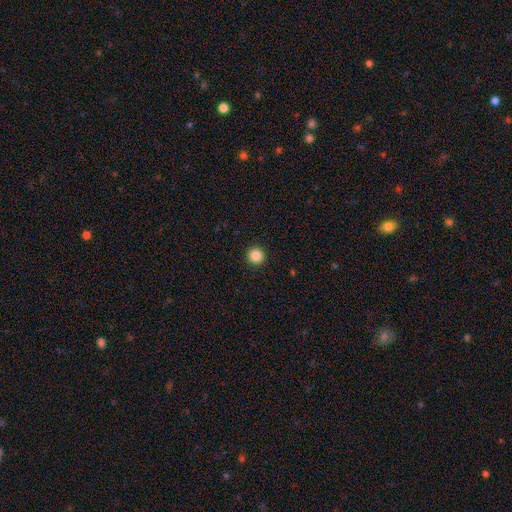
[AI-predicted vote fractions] Smooth or featured: smooth — 86% (star or artifact — 11%)
How rounded: round — 96% (in between — 3%)
Merging: none — 93% (minor disturbance — 4%)